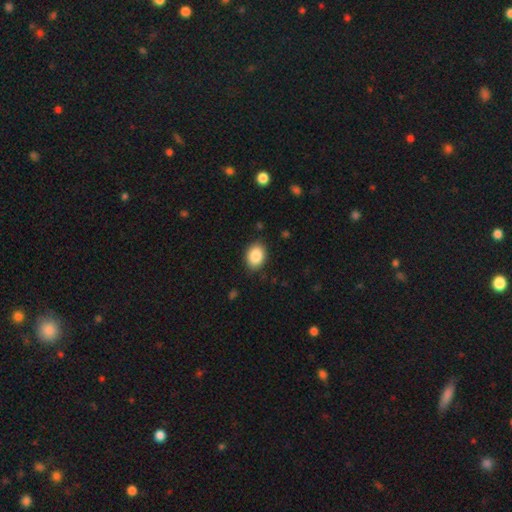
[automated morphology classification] This is clearly a smooth galaxy (87%). How rounded: likely in between (68%). Merging: clearly none (86%).